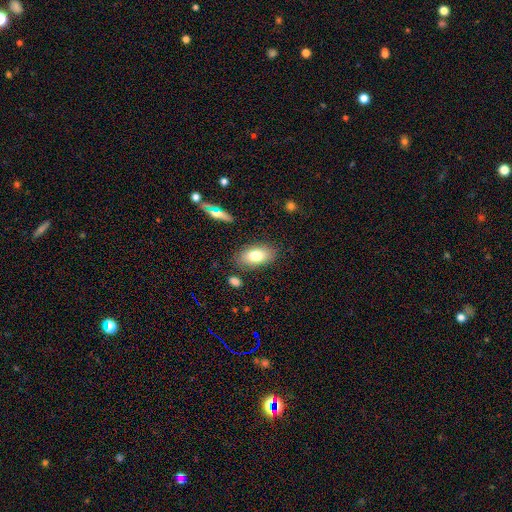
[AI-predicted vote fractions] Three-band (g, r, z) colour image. It shows a smooth galaxy with no disk features (78%) that is in between round and cigar-shaped (92%). Merging: none (82%).